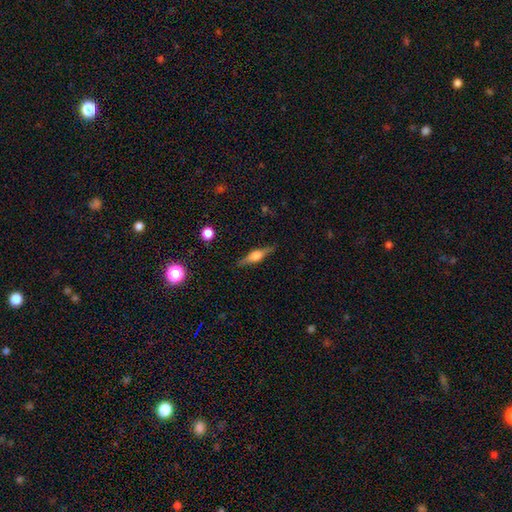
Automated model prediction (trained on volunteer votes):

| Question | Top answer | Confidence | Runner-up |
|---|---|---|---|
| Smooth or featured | featured or disk | 68% | smooth (24%) |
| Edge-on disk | yes | 97% | no (3%) |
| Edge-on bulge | rounded | 83% | boxy (14%) |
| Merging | none | 87% | minor disturbance (9%) |